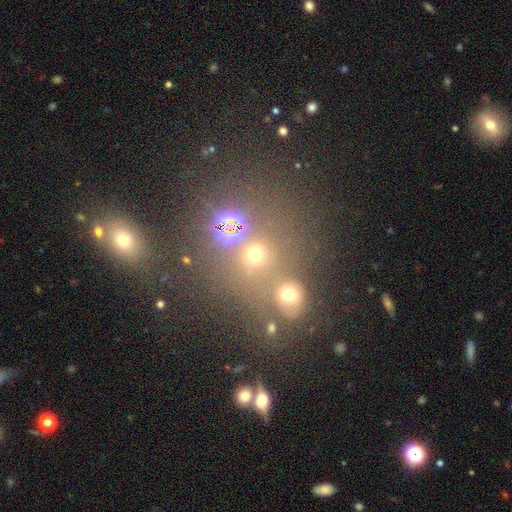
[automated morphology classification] The model was most divided on "smooth or featured": star or artifact: 49%, smooth: 36%, featured or disk: 14%.